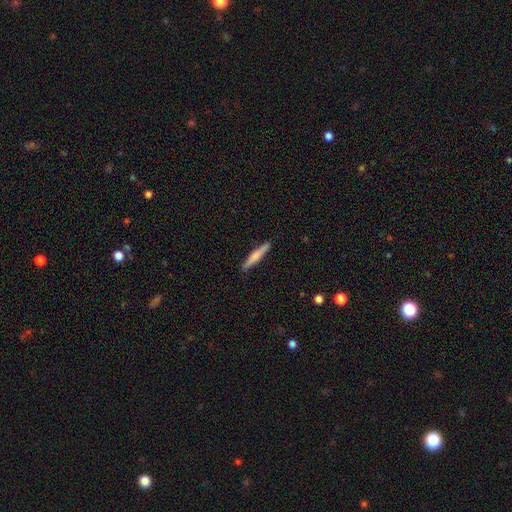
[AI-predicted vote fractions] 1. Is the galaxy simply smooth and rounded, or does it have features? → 66% smooth, 28% featured or disk, 5% star or artifact.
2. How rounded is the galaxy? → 93% cigar-shaped, 5% in between, 1% round.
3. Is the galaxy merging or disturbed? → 90% none, 7% minor disturbance, 2% major disturbance, 1% merger.